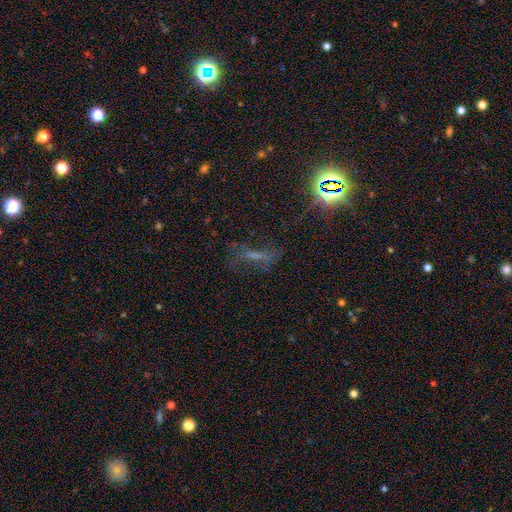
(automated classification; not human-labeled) A star or artifact, not a galaxy (41%).

Vote fractions:
- Smooth or featured? star or artifact: 41% / featured or disk: 31% / smooth: 28%